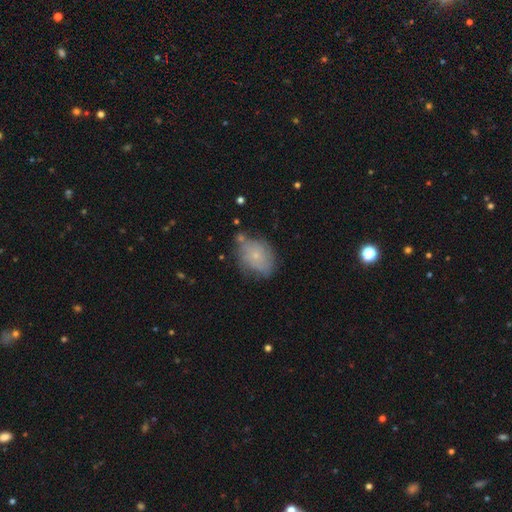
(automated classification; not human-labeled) smooth-or-featured: smooth: 51% | featured or disk: 39% | star or artifact: 10%
  how-rounded: in between: 65% | round: 34% | cigar-shaped: 2%
  merging: none: 56% | minor disturbance: 28% | major disturbance: 9% | merger: 6%